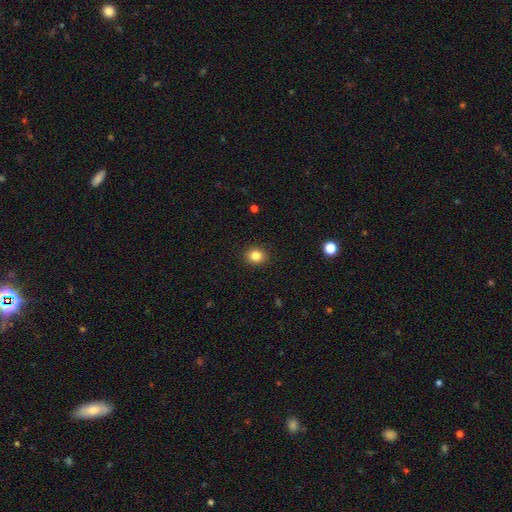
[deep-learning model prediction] smooth 84%, star or artifact 11%, featured or disk 5%. Down the decision tree: how rounded — round (71%); merging — none (91%).